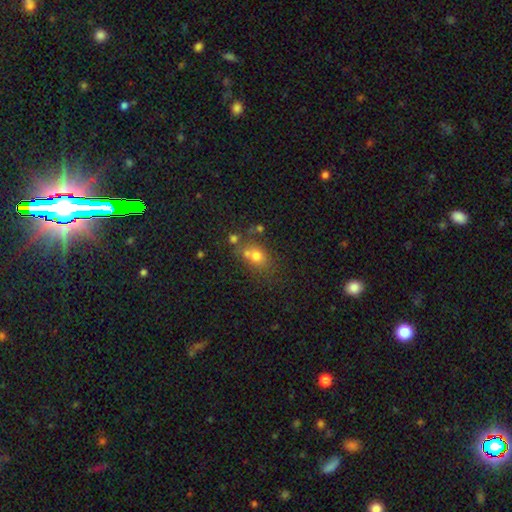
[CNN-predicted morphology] Smooth or featured?
  - smooth: 69% *
  - star or artifact: 16%
  - featured or disk: 15%
How rounded?
  - round: 52% *
  - in between: 47%
  - cigar-shaped: 2%
Merging?
  - none: 50% *
  - merger: 29%
  - minor disturbance: 14%
  - major disturbance: 7%